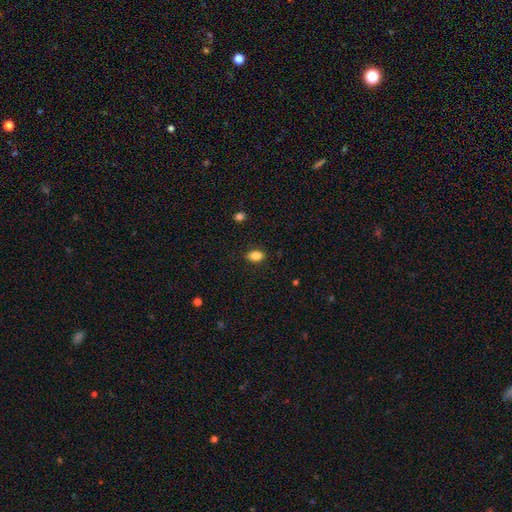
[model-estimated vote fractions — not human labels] Morphology: type=smooth (86%); roundness=in between (87%); merging=none (87%).